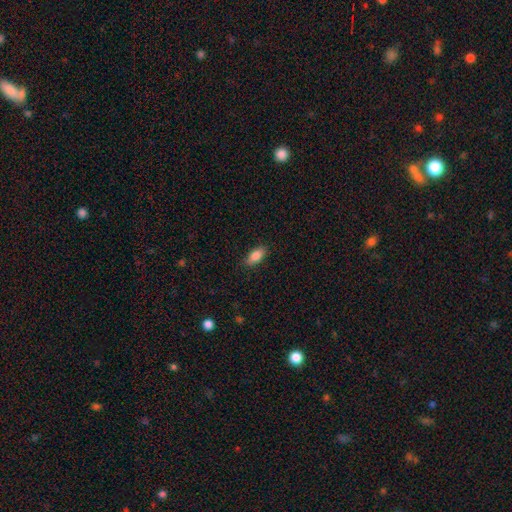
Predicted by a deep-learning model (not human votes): The model was most divided on "merging": none: 85%, minor disturbance: 11%, major disturbance: 3%, merger: 1%. More confident: how rounded — in between (88%); smooth or featured — smooth (86%).